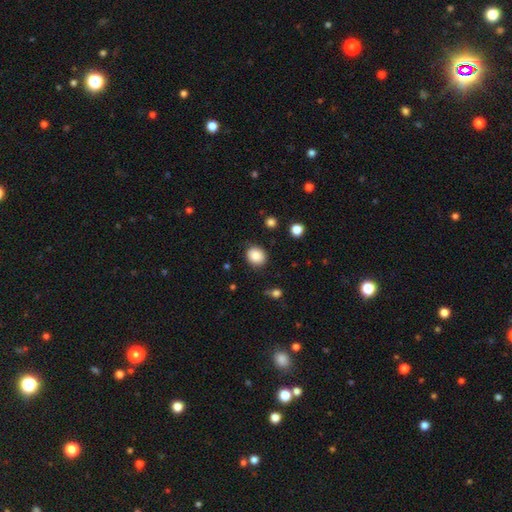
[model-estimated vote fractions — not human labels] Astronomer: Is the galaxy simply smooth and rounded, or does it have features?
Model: smooth — 85%.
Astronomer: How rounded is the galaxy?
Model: round — 67%.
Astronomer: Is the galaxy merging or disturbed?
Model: none — 82%.